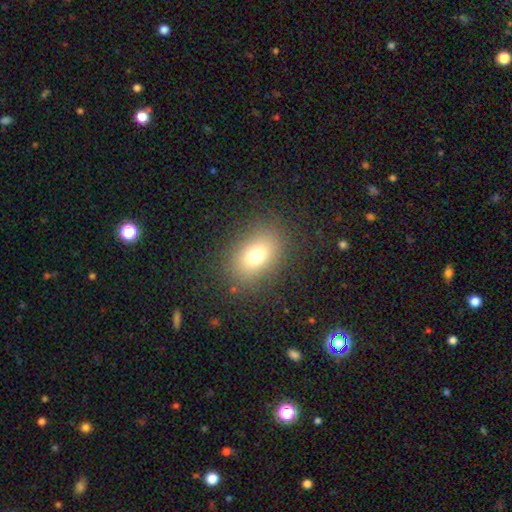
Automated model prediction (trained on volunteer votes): This appears to be a smooth galaxy with no disk features (73%) that is in between round and cigar-shaped (72%). Merging: none (83%).